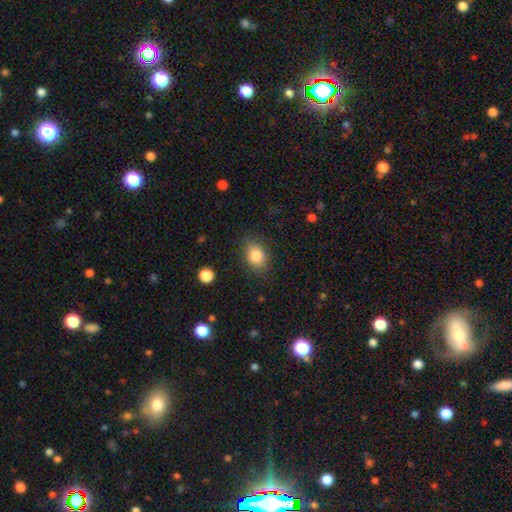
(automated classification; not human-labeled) Smooth or featured? smooth (83%)
How rounded? in between (75%)
Merging? none (82%)